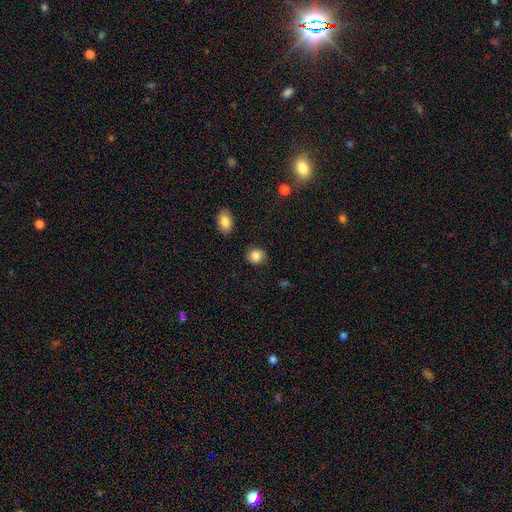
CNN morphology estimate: smooth 86%, star or artifact 8%, featured or disk 6%. Down the decision tree: how rounded — round (80%); merging — none (85%).